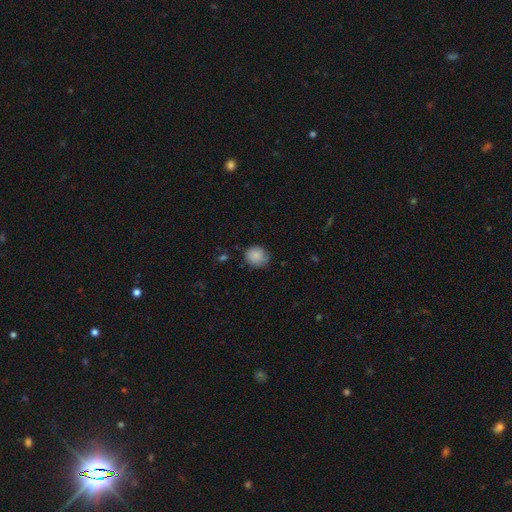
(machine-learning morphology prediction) Smooth or featured? smooth (83%)
How rounded? round (77%)
Merging? none (70%)